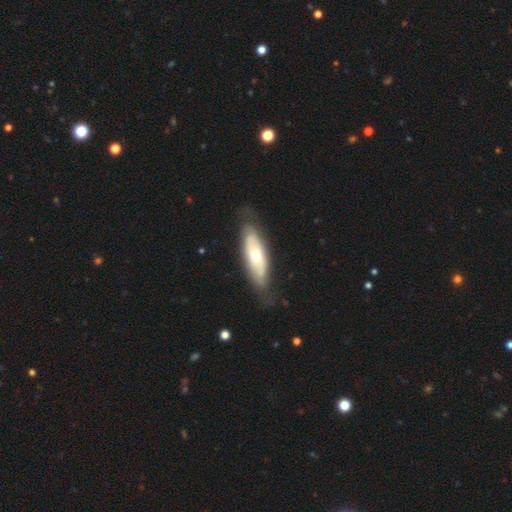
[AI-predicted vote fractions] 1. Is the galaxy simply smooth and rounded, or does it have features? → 54% featured or disk, 41% smooth, 5% star or artifact.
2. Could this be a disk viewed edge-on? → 74% no, 26% yes.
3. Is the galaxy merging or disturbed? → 75% none, 18% minor disturbance, 6% major disturbance, 1% merger.